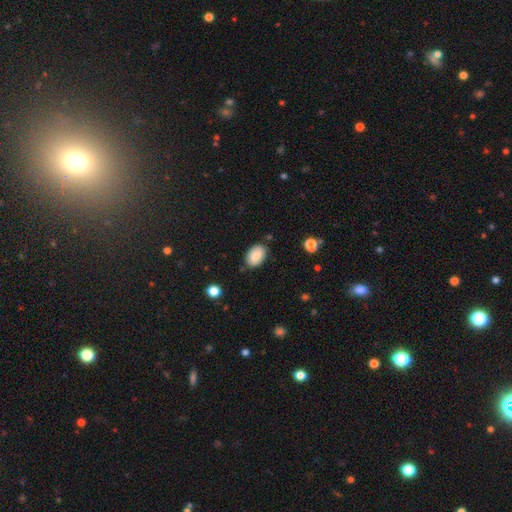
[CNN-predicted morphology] type=smooth (83%); roundness=in between (88%); merging=none (82%).